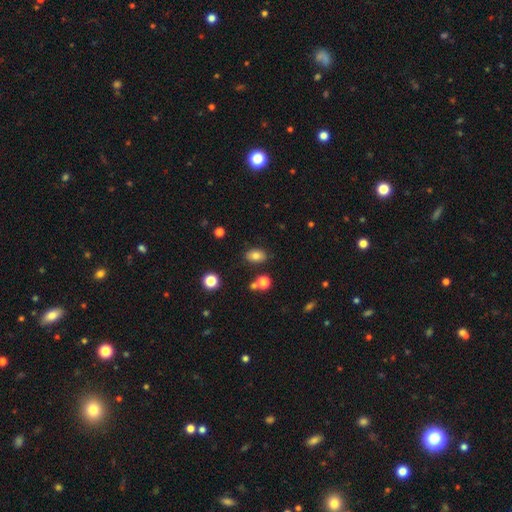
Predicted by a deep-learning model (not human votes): A smooth galaxy with no disk features (79%) that is in between round and cigar-shaped (82%). Merging: none (83%).